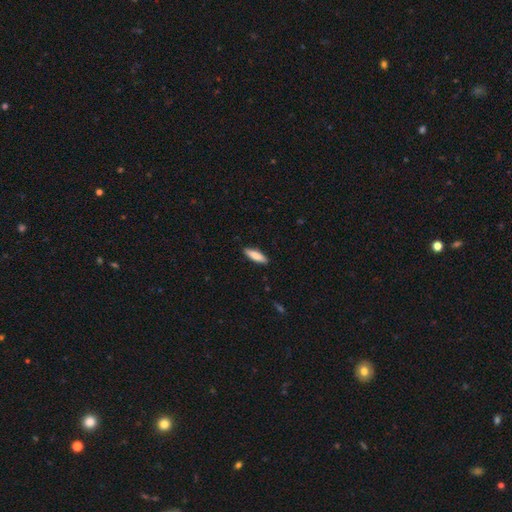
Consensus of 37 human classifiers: Volunteers were most divided on "how rounded": cigar-shaped: 72%, in between: 28%, round: 0%. More confident: merging — none (89%); smooth or featured — smooth (86%).